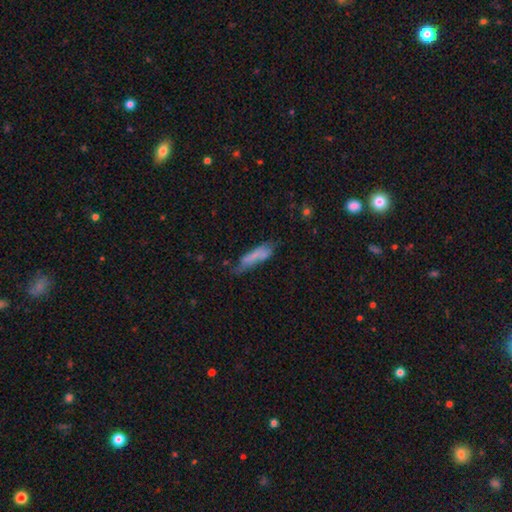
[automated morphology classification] A smooth galaxy with no disk features (64%) that is cigar-shaped (68%). Merging: none (44%).